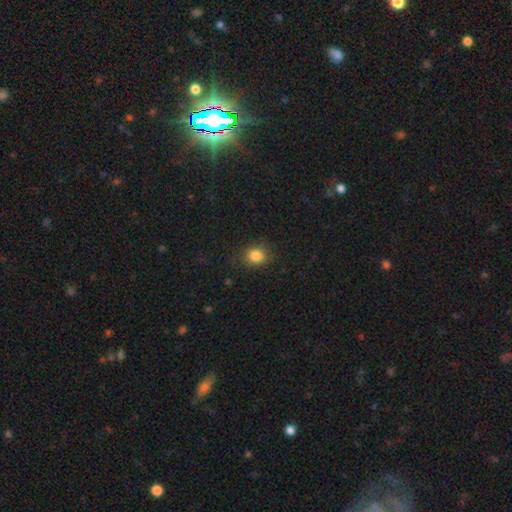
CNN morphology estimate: smooth_or_featured: smooth (p=0.84) [alt: star or artifact p=0.11]
how_rounded: round (p=0.70) [alt: in between p=0.29]
merging: none (p=0.84) [alt: minor disturbance p=0.12]